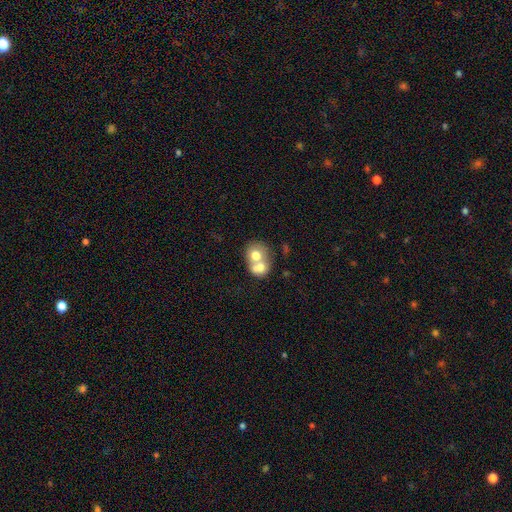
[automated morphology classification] The model was most divided on "how rounded": round: 64%, in between: 35%, cigar-shaped: 1%. More confident: merging — merger (71%); smooth or featured — smooth (65%).